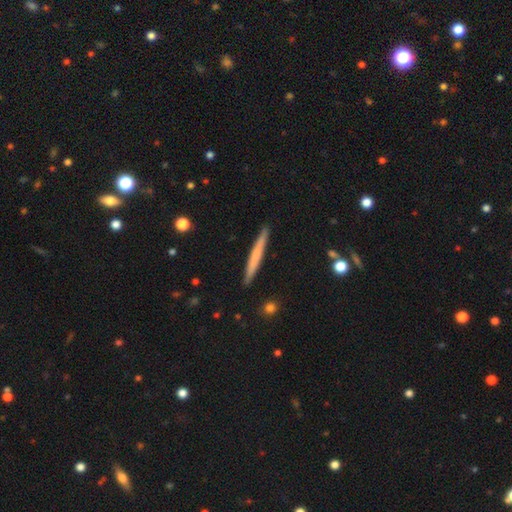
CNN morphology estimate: Smooth or featured?
  - smooth: 58% *
  - featured or disk: 36%
  - star or artifact: 5%
How rounded?
  - cigar-shaped: 97% *
  - in between: 2%
  - round: 1%
Merging?
  - none: 91% *
  - minor disturbance: 6%
  - major disturbance: 1%
  - merger: 1%